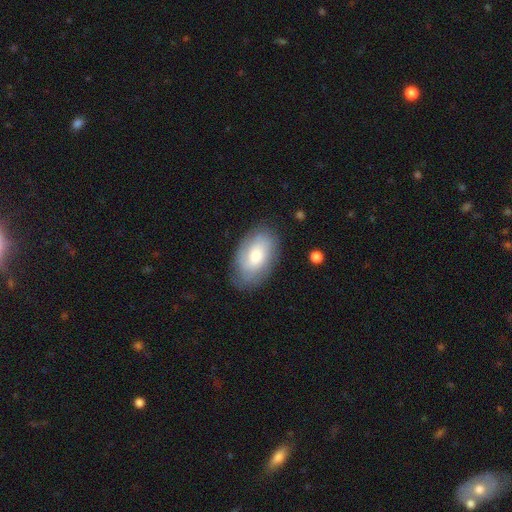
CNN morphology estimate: Smooth or featured? smooth (58%)
How rounded? in between (93%)
Merging? none (77%)